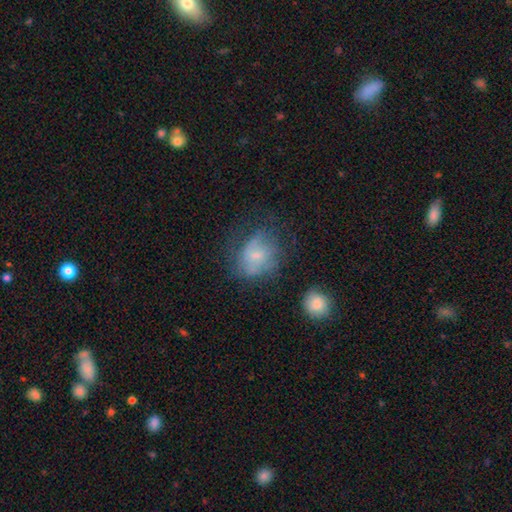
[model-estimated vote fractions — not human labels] This appears to be a smooth galaxy with no disk features (54%) that is round (59%). Merging: none (46%).